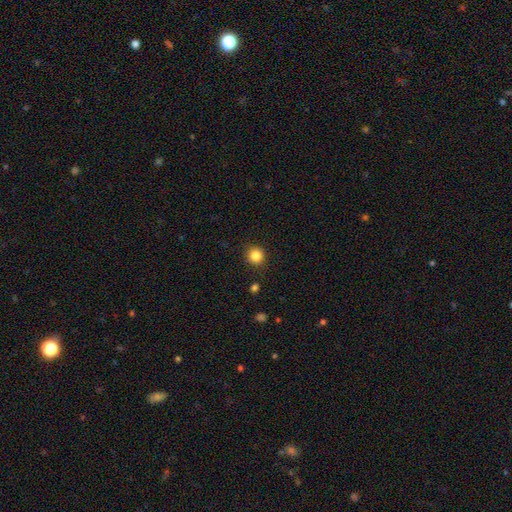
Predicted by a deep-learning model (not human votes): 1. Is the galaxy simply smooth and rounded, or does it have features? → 85% smooth, 11% star or artifact, 4% featured or disk.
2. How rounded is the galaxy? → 93% round, 6% in between, 1% cigar-shaped.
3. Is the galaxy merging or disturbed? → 89% none, 7% minor disturbance, 2% major disturbance, 1% merger.